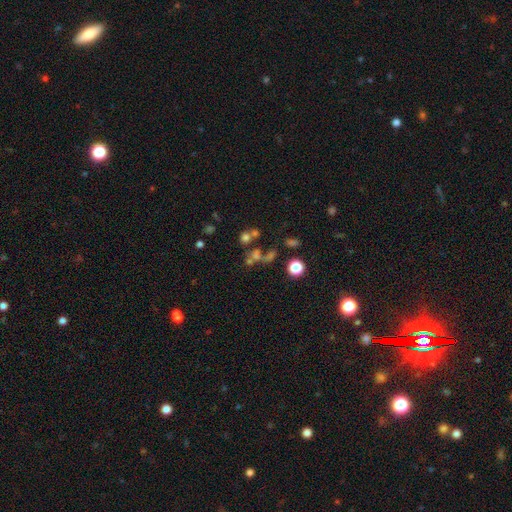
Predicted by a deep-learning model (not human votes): Smooth or featured: smooth — 44% (star or artifact — 36%)
Merging: none — 46% (merger — 34%)